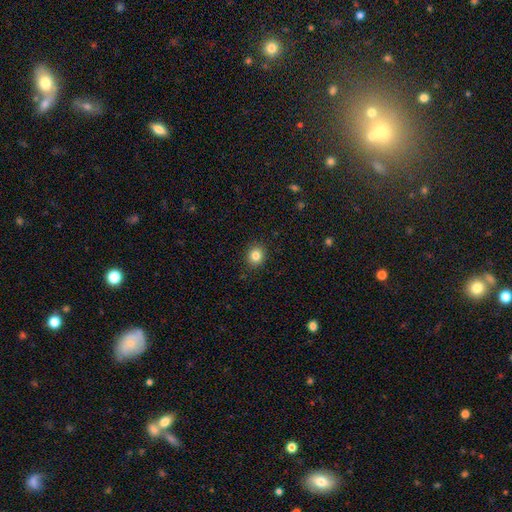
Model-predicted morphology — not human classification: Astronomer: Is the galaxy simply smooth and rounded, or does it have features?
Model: smooth — 83%.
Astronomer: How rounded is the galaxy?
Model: round — 78%.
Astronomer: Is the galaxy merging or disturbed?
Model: none — 90%.